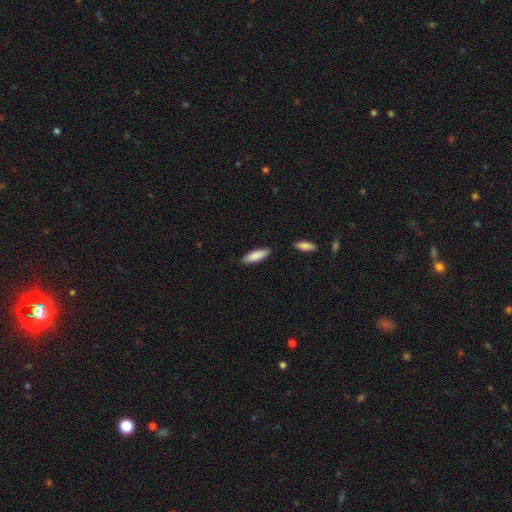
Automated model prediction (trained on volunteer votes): Morphology: type=smooth (86%); roundness=in between (52%); merging=none (84%).